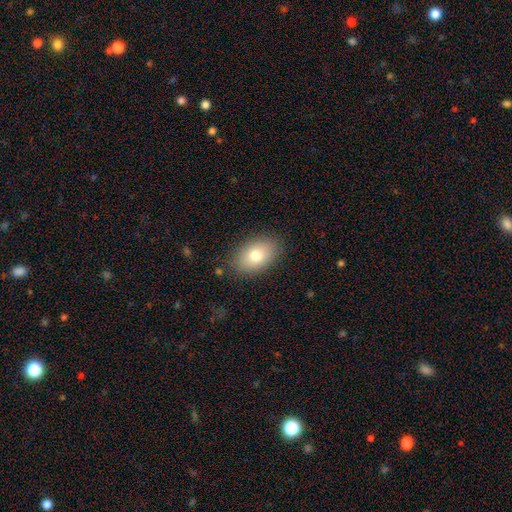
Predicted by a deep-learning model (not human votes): Smooth or featured? Predicted: smooth (p=0.77). How rounded? Predicted: in between (p=0.87). Merging? Predicted: none (p=0.85).